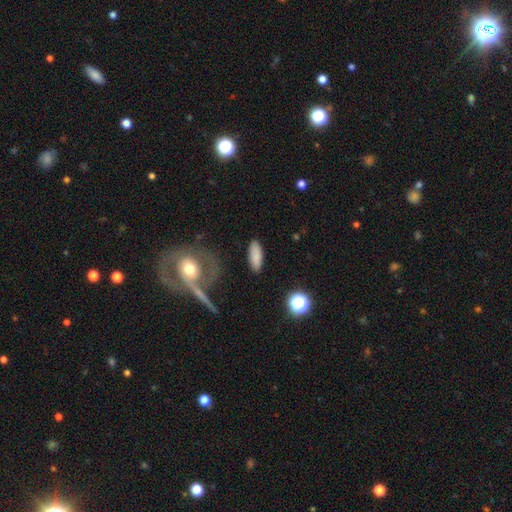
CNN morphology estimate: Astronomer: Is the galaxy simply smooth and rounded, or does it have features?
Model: smooth — 83%.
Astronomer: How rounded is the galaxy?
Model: in between — 73%.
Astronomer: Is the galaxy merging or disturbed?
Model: none — 85%.